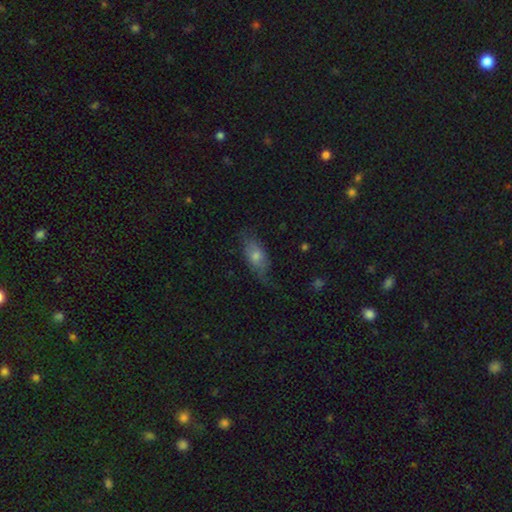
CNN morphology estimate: This appears to be a smooth galaxy with no disk features (60%) that is in between round and cigar-shaped (78%). Merging: none (62%).